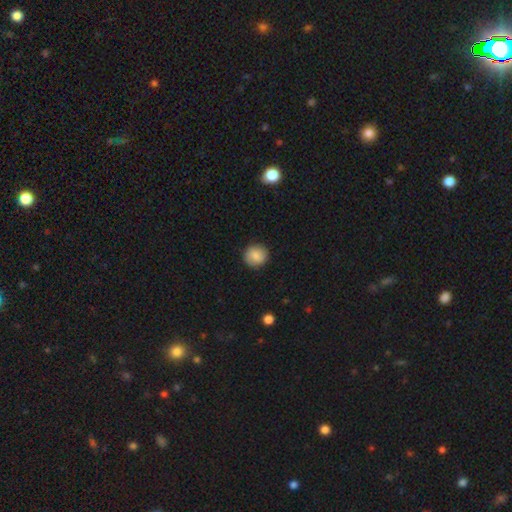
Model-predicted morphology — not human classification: This appears to be a smooth galaxy with no disk features (84%) that is round (90%). Merging: none (89%).